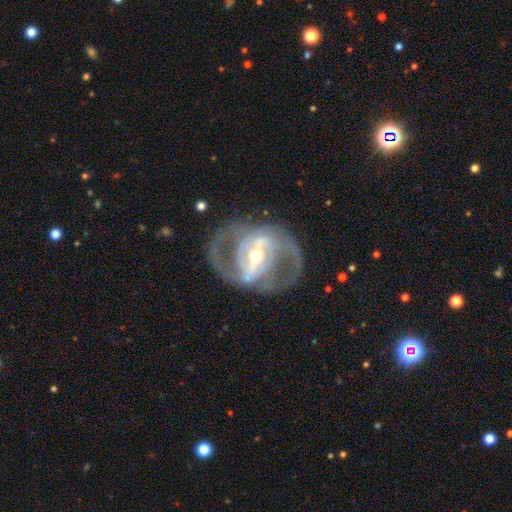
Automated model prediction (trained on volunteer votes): A featured or disk galaxy (89%) with a strong bar (62%), 2 (81%) medium (54%) spiral arms (90%) and a small central bulge (49%).

Vote fractions:
- Smooth or featured? featured or disk: 89% / smooth: 6% / star or artifact: 5%
- Edge-on disk? no: 96% / yes: 4%
- Bar? strong: 62% / weak: 27% / no: 11%
- Spiral arms? yes: 90% / no: 10%
- Spiral winding? medium: 54% / tight: 24% / loose: 22%
- Spiral arm count? 2: 81% / can't tell: 7% / 3: 6% / 1: 2% / 4: 2% / more than 4: 2%
- Bulge size? small: 49% / moderate: 46% / large: 4% / dominant: 1% / none: 1%
- Merging? none: 71% / major disturbance: 14% / minor disturbance: 13% / merger: 2%